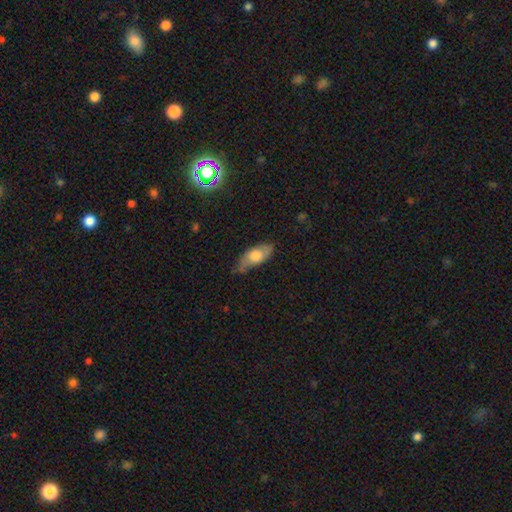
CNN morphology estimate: smooth_or_featured: smooth (p=0.63) [alt: featured or disk p=0.30]
how_rounded: in between (p=0.82) [alt: cigar-shaped p=0.14]
merging: none (p=0.59) [alt: minor disturbance p=0.32]